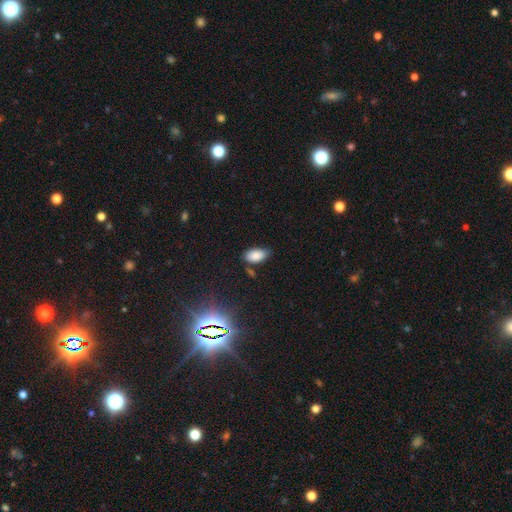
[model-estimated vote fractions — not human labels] Overall: smooth (83%). How rounded: in between (94%). Merging: none (69%).